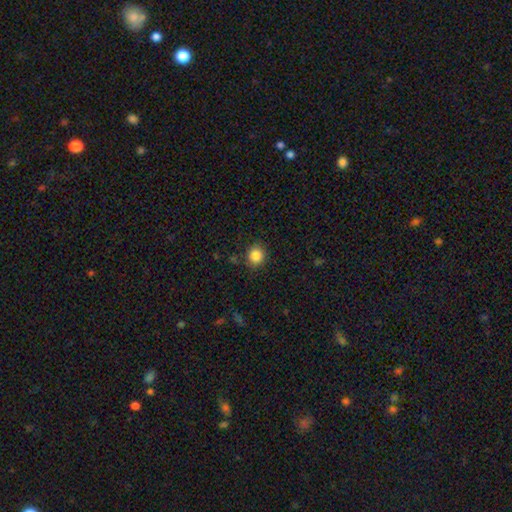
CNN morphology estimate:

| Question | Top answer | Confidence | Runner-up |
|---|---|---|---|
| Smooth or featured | smooth | 85% | star or artifact (10%) |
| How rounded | round | 84% | in between (15%) |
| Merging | none | 85% | minor disturbance (10%) |